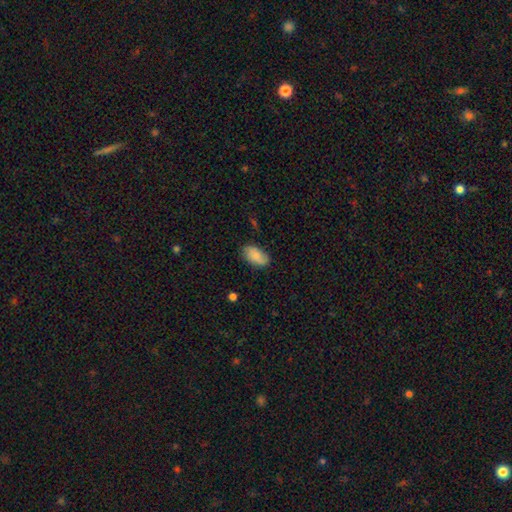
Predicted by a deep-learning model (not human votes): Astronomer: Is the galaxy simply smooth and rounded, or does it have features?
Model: smooth — 83%.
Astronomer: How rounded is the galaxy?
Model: in between — 94%.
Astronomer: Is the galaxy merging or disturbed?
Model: none — 80%.